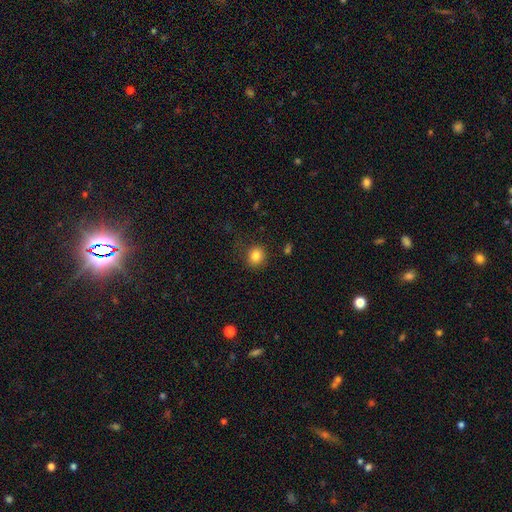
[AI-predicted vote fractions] The model was most divided on "how rounded": round: 82%, in between: 17%, cigar-shaped: 1%. More confident: smooth or featured — smooth (83%); merging — none (82%).